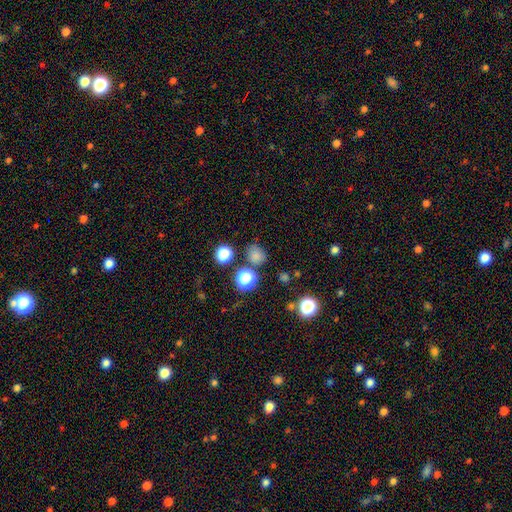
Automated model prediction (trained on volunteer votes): This appears to be a smooth galaxy with no disk features (73%) that is round (72%). Merging: none (73%).